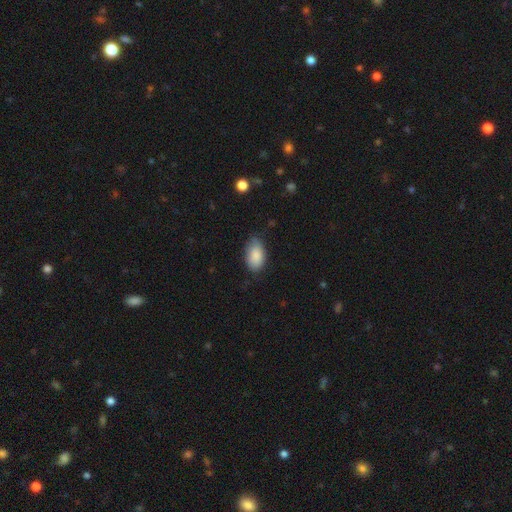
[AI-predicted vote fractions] Overall: smooth (87%). How rounded: in between (93%). Merging: none (72%).